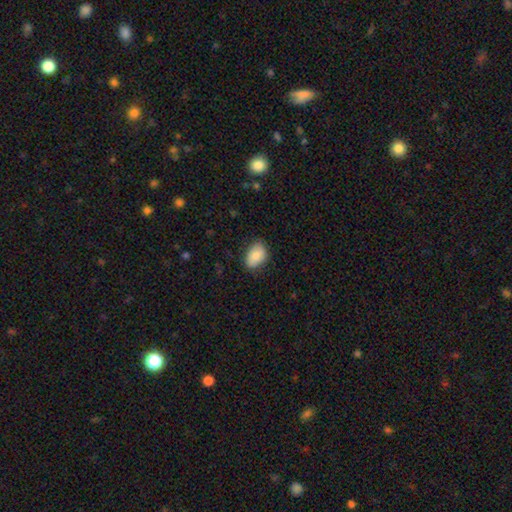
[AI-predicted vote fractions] Smooth or featured? Predicted: smooth (p=0.84). How rounded? Predicted: in between (p=0.87). Merging? Predicted: none (p=0.78).